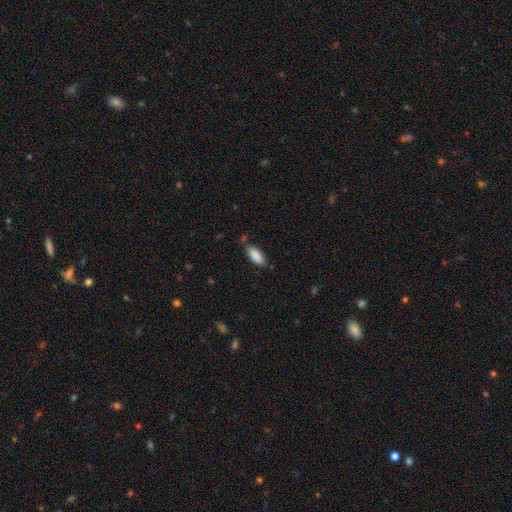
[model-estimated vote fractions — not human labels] smooth-or-featured: smooth: 88% | star or artifact: 7% | featured or disk: 5%
  how-rounded: in between: 85% | cigar-shaped: 14% | round: 2%
  merging: none: 74% | minor disturbance: 18% | merger: 4% | major disturbance: 4%